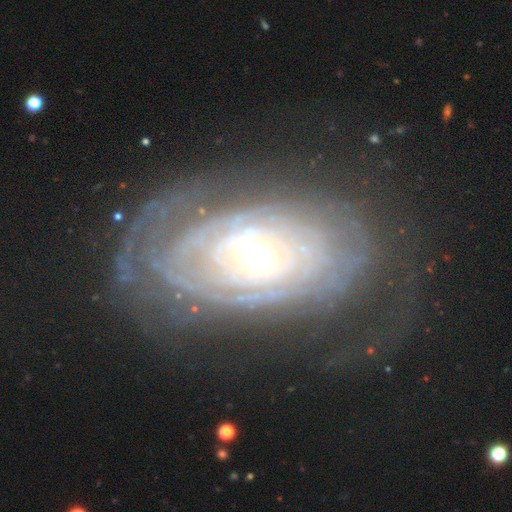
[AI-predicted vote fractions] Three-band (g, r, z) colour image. It shows a featured or disk galaxy (85%) with no bar (53%), tight (76%) spiral arms (87%) and a moderate central bulge (66%). Merging: none (66%).